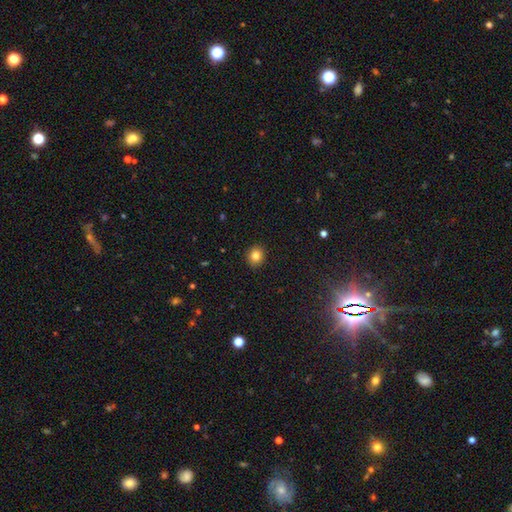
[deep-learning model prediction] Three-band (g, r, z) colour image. It shows a smooth galaxy with no disk features (83%) that is round (79%). Merging: none (91%).